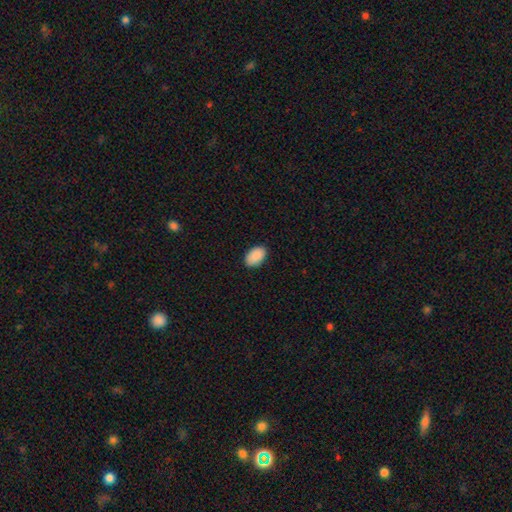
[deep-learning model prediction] Smooth or featured? smooth (91%)
How rounded? in between (92%)
Merging? none (88%)